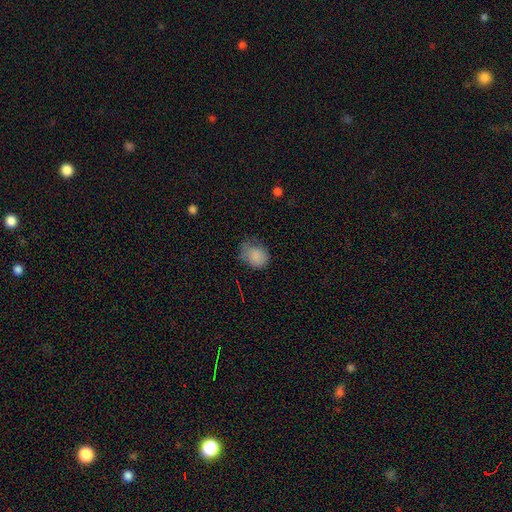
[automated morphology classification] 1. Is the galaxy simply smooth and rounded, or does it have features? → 83% smooth, 9% star or artifact, 8% featured or disk.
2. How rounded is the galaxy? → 57% round, 43% in between, 1% cigar-shaped.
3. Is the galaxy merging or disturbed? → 48% none, 36% minor disturbance, 14% major disturbance, 2% merger.